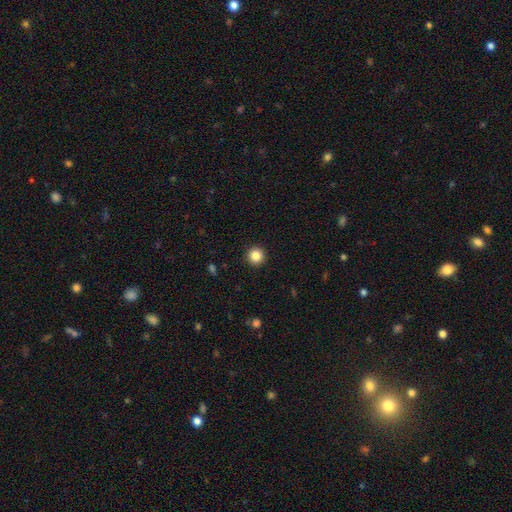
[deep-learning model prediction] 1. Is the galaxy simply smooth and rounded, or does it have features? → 85% smooth, 10% star or artifact, 4% featured or disk.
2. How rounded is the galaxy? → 96% round, 3% in between, 1% cigar-shaped.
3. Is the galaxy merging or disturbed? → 93% none, 4% minor disturbance, 2% major disturbance, 1% merger.